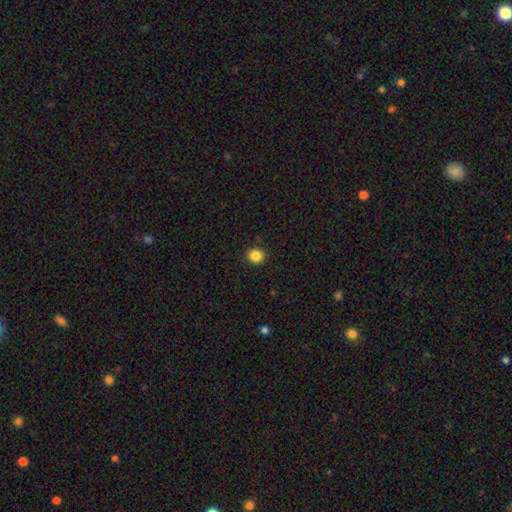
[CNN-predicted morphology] Smooth or featured? smooth (85%)
How rounded? round (82%)
Merging? none (91%)